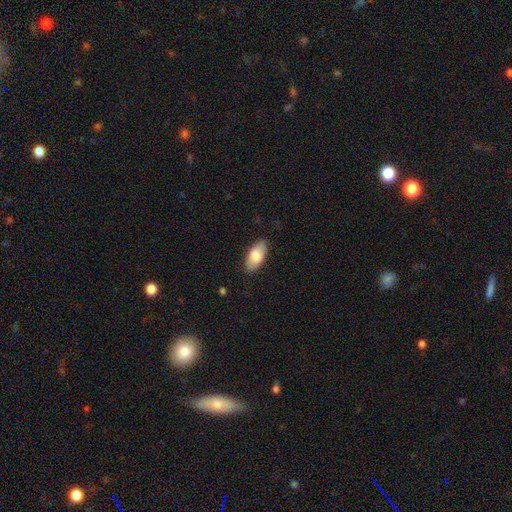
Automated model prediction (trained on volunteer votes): This appears to be a smooth galaxy with no disk features (82%) that is in between round and cigar-shaped (92%). Merging: none (84%).